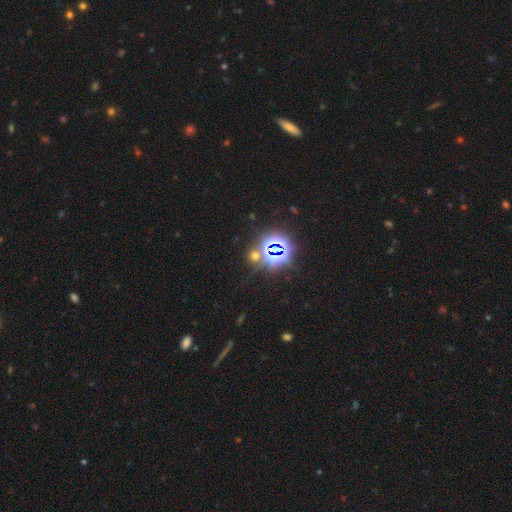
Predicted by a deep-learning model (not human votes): The model was most divided on "smooth or featured": star or artifact: 61%, smooth: 31%, featured or disk: 7%.